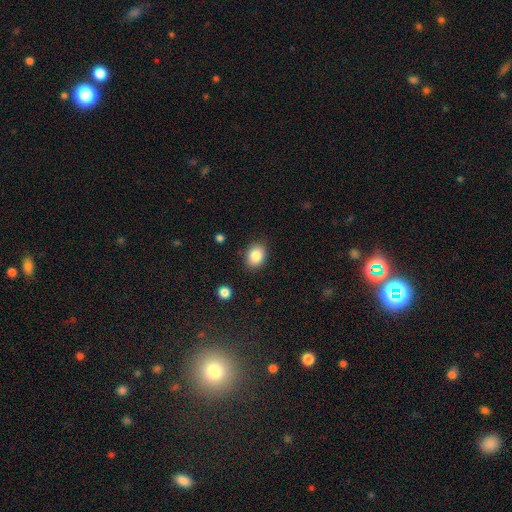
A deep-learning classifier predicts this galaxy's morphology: smooth_or_featured: smooth (p=0.86) [alt: star or artifact p=0.09]
how_rounded: in between (p=0.55) [alt: round p=0.45]
merging: none (p=0.86) [alt: minor disturbance p=0.10]